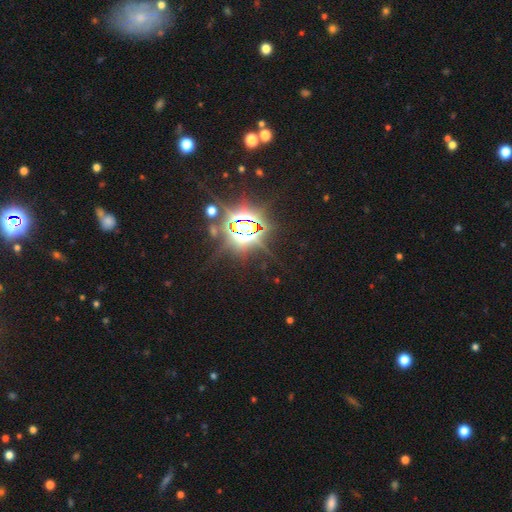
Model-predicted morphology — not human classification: The model was most divided on "smooth or featured": star or artifact: 84%, smooth: 9%, featured or disk: 7%.